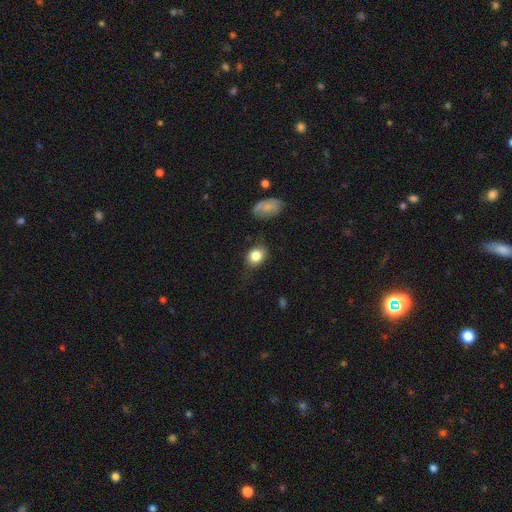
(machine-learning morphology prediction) A smooth galaxy with no disk features (82%) that is in between round and cigar-shaped (52%). Merging: none (74%).